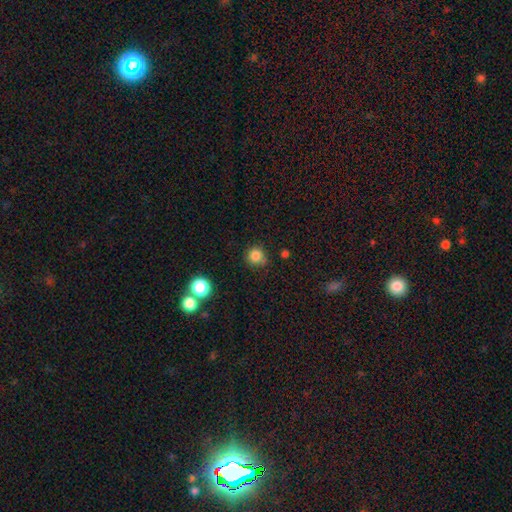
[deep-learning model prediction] Smooth or featured? smooth (83%)
How rounded? round (91%)
Merging? none (75%)